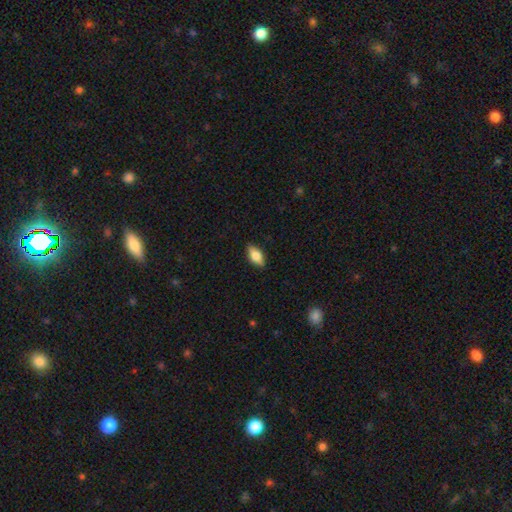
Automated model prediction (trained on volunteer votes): A smooth galaxy with no disk features (73%) that is in between round and cigar-shaped (86%).

Vote fractions:
- Smooth or featured? smooth: 73% / featured or disk: 20% / star or artifact: 7%
- How rounded? in between: 86% / cigar-shaped: 10% / round: 4%
- Merging? none: 87% / minor disturbance: 10% / major disturbance: 2% / merger: 1%